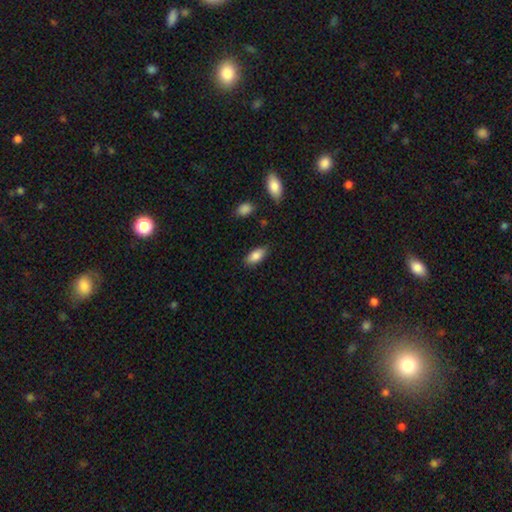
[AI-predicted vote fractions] Smooth or featured? Predicted: smooth (p=0.86). How rounded? Predicted: in between (p=0.89). Merging? Predicted: none (p=0.82).